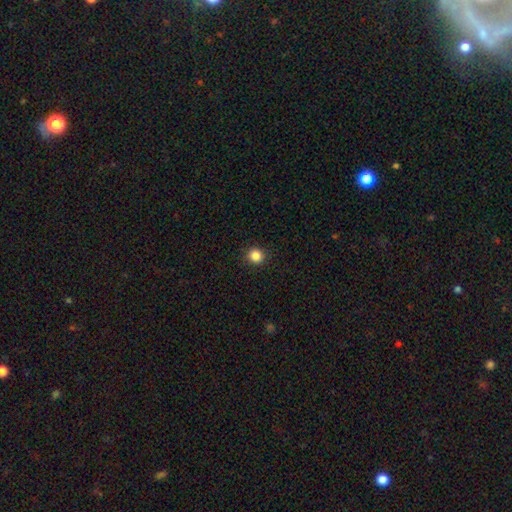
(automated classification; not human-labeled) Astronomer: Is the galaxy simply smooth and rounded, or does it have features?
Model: smooth — 85%.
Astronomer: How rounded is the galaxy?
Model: round — 93%.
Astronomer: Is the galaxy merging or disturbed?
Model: none — 92%.